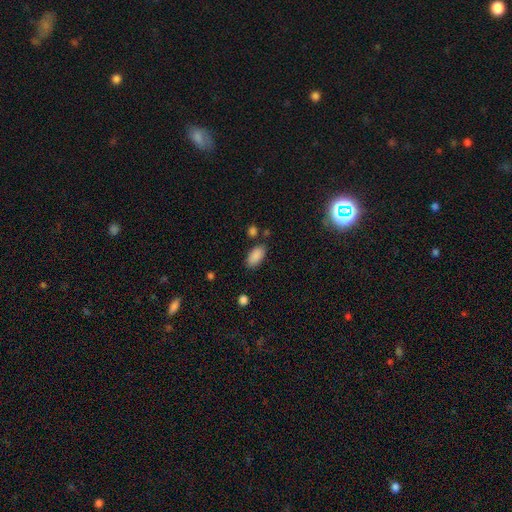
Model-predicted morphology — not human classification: Q: Smooth or featured?
A: smooth (89%); runner-up: star or artifact (7%)
Q: How rounded?
A: in between (93%); runner-up: cigar-shaped (4%)
Q: Merging?
A: none (80%); runner-up: minor disturbance (12%)